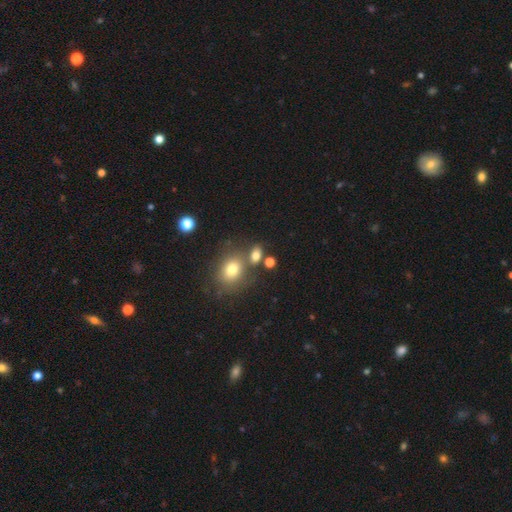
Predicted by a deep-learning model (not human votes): Q: Smooth or featured?
A: smooth (76%); runner-up: star or artifact (14%)
Q: How rounded?
A: in between (68%); runner-up: round (29%)
Q: Merging?
A: none (60%); runner-up: merger (22%)